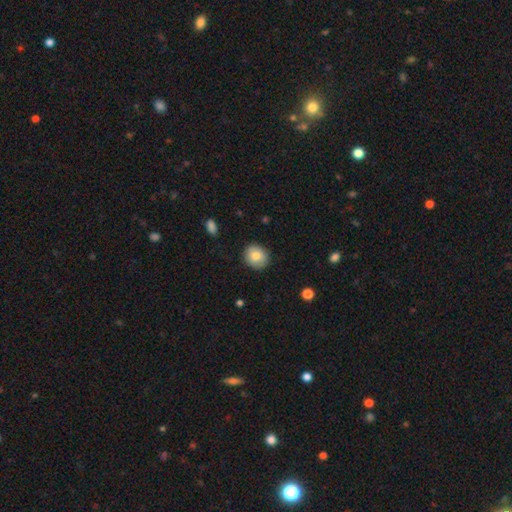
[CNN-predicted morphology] Overall: smooth (80%). How rounded: round (83%). Merging: none (87%).